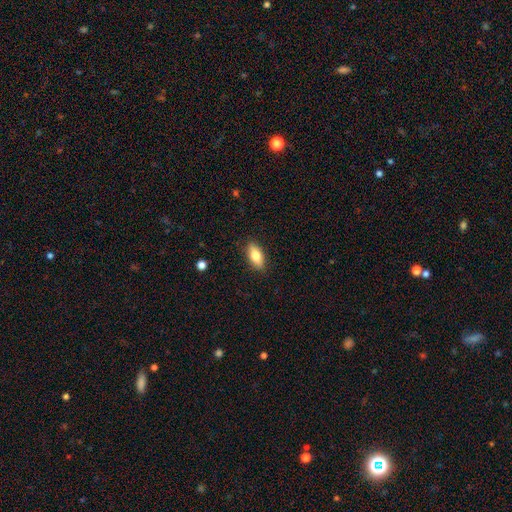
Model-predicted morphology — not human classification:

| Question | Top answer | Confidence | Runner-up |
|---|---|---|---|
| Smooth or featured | smooth | 76% | featured or disk (17%) |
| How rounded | in between | 83% | cigar-shaped (13%) |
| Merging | none | 87% | minor disturbance (9%) |